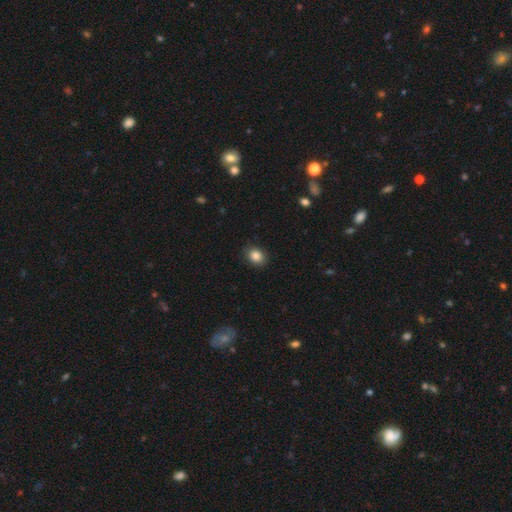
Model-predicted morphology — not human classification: The model was most divided on "how rounded": in between: 55%, round: 44%, cigar-shaped: 1%. More confident: merging — none (87%); smooth or featured — smooth (86%).